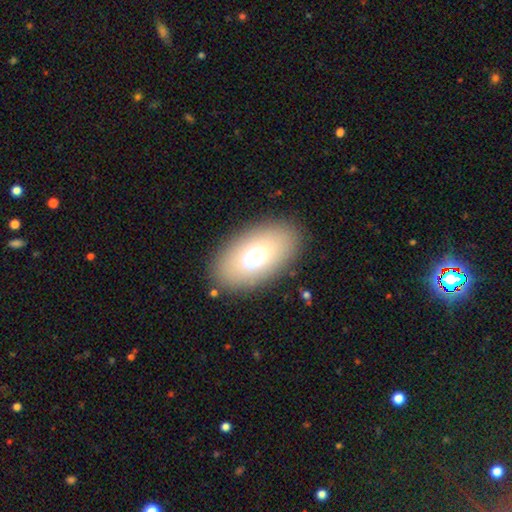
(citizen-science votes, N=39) This appears to be a smooth galaxy with no disk features (44%, tied with featured or disk) that is in between round and cigar-shaped (88%). Merging: none (74%).